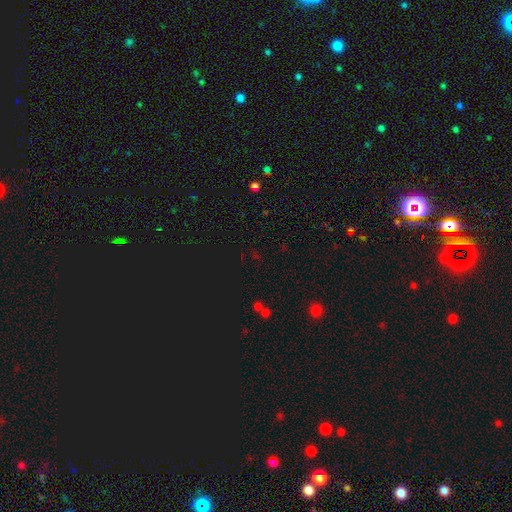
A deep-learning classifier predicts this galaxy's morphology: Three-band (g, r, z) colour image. It shows a star or artifact, not a galaxy (69%).